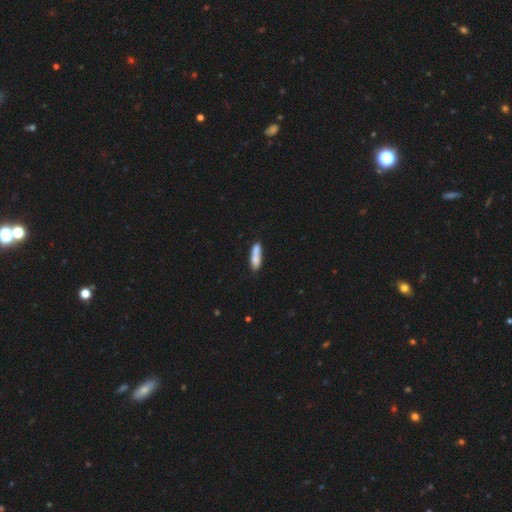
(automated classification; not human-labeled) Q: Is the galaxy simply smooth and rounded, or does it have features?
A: smooth — 74%.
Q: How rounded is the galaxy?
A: cigar-shaped — 65%.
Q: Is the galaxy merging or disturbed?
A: none — 50%.